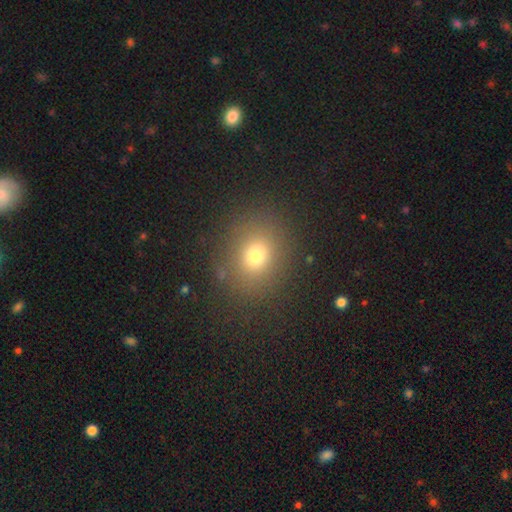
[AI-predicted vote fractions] smooth_or_featured: smooth (p=0.73) [alt: star or artifact p=0.18]
how_rounded: round (p=0.65) [alt: in between p=0.34]
merging: none (p=0.85) [alt: minor disturbance p=0.09]